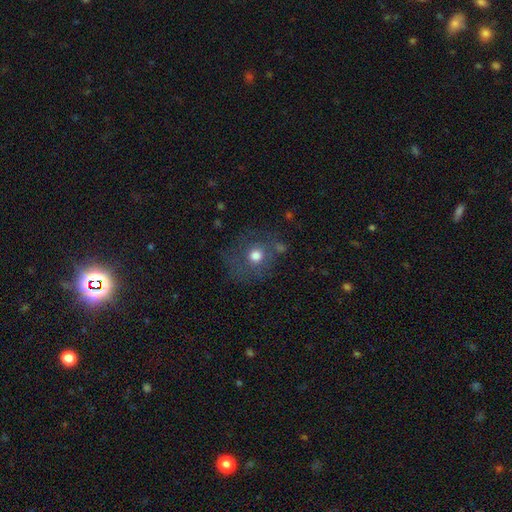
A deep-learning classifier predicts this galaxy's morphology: type=smooth (69%); roundness=round (86%); merging=none (64%).